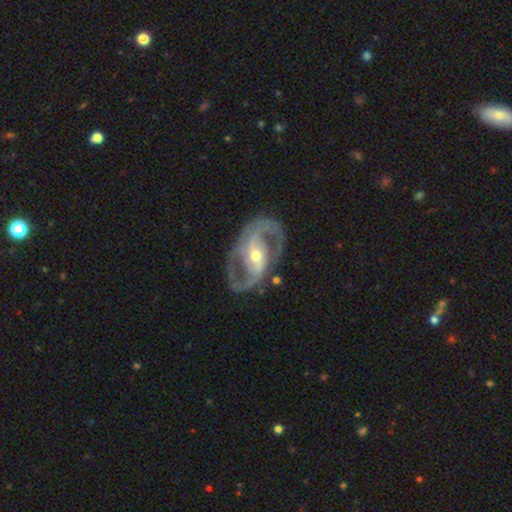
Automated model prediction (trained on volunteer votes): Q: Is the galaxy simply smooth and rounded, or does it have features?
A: featured or disk — 90%.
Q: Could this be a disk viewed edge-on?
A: no — 96%.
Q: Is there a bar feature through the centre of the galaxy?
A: strong — 40%.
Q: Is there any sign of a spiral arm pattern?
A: yes — 94%.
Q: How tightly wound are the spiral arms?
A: medium — 56%.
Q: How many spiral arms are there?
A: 2 — 90%.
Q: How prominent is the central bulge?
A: moderate — 56%.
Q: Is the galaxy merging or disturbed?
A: none — 78%.